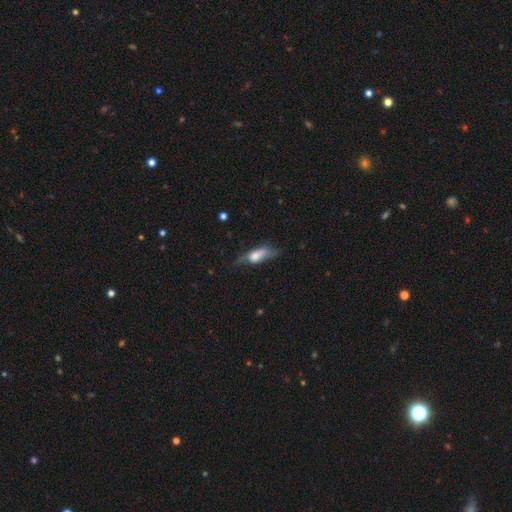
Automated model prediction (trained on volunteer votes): This appears to be a smooth galaxy with no disk features (58%) that is in between round and cigar-shaped (66%). Merging: none (38%).